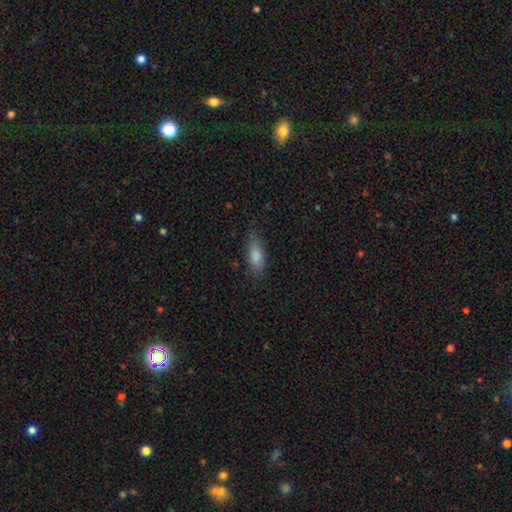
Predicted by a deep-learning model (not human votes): Smooth or featured: smooth — 78% (featured or disk — 14%)
How rounded: in between — 69% (cigar-shaped — 27%)
Merging: none — 77% (minor disturbance — 18%)